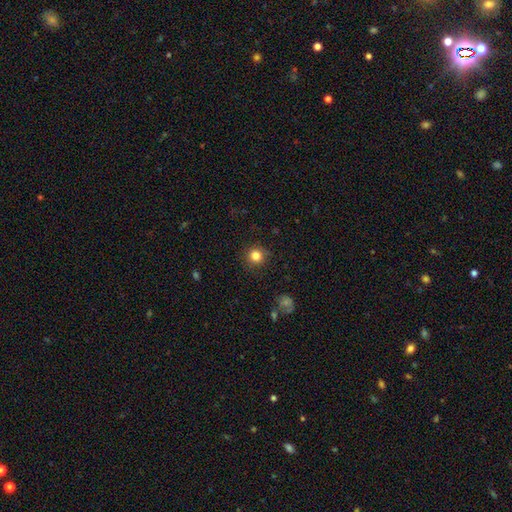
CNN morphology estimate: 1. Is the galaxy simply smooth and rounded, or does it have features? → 83% smooth, 12% star or artifact, 5% featured or disk.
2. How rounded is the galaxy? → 94% round, 5% in between, 1% cigar-shaped.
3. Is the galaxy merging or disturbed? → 89% none, 8% minor disturbance, 2% major disturbance, 1% merger.